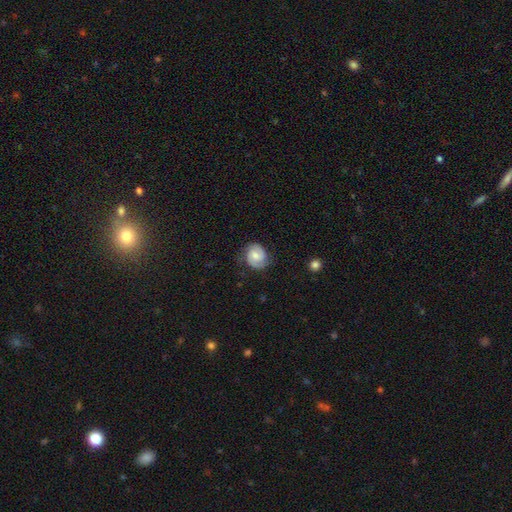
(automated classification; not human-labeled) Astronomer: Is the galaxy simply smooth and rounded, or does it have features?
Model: featured or disk — 70%.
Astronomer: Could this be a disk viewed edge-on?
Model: no — 98%.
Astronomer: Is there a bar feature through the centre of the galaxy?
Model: no — 48% (runner-up: weak, 43%).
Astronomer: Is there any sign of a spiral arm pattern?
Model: yes — 95%.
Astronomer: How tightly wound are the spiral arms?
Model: tight — 48% (runner-up: medium, 41%).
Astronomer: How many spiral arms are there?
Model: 2 — 86%.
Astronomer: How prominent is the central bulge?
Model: moderate — 51% (runner-up: small, 37%).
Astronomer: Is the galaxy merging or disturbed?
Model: none — 77%.